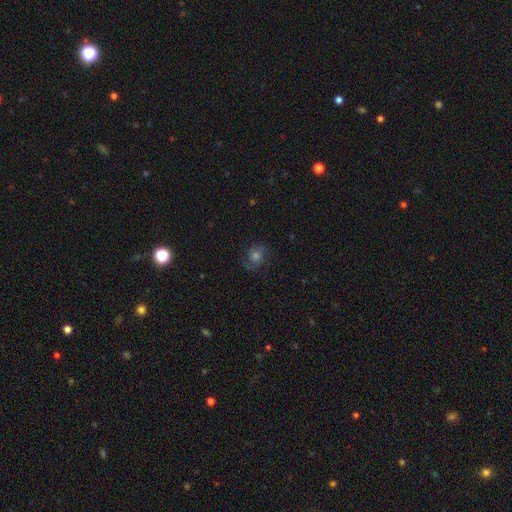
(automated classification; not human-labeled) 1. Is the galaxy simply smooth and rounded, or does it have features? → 49% featured or disk, 31% smooth, 19% star or artifact.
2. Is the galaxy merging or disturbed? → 74% none, 15% minor disturbance, 10% major disturbance, 1% merger.